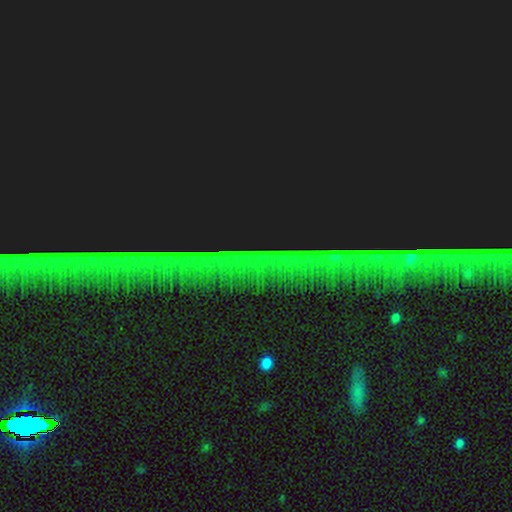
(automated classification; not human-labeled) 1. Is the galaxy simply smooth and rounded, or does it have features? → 85% star or artifact, 8% featured or disk, 7% smooth.